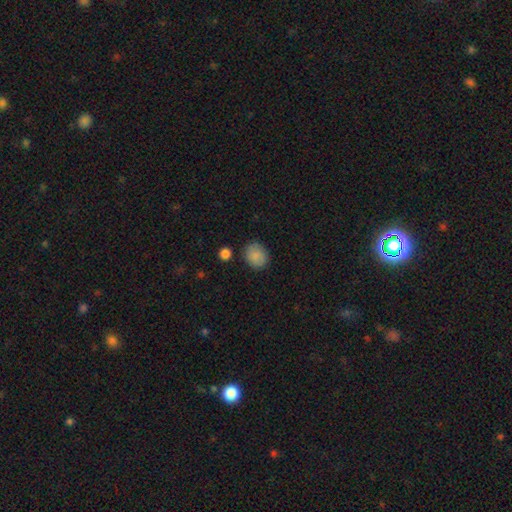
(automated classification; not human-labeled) Smooth or featured? smooth (87%)
How rounded? round (62%)
Merging? none (82%)